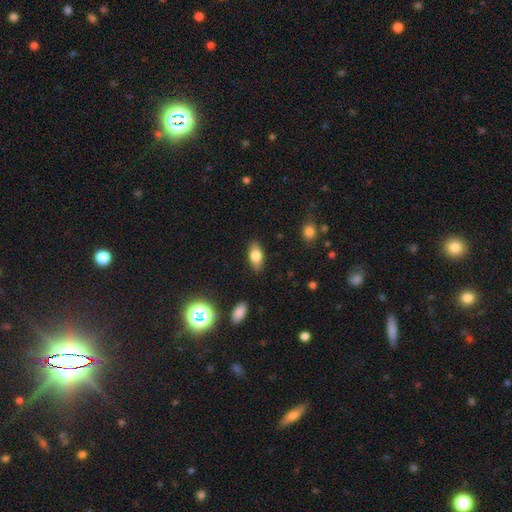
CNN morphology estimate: Smooth or featured?
  - smooth: 76% *
  - featured or disk: 16%
  - star or artifact: 8%
How rounded?
  - in between: 86% *
  - cigar-shaped: 9%
  - round: 5%
Merging?
  - none: 86% *
  - minor disturbance: 10%
  - major disturbance: 2%
  - merger: 1%